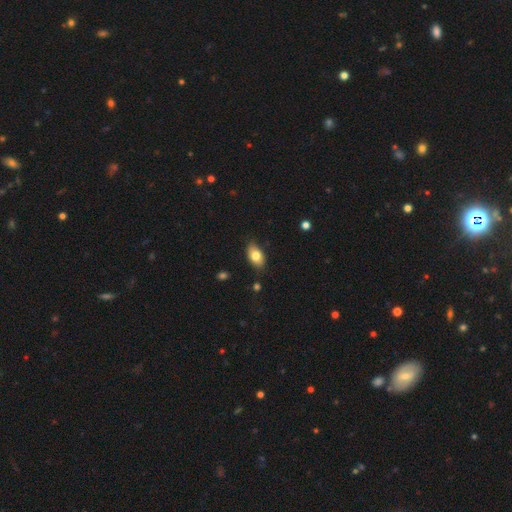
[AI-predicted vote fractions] This is likely a smooth galaxy (78%). How rounded: clearly in between (91%). Merging: clearly none (82%).